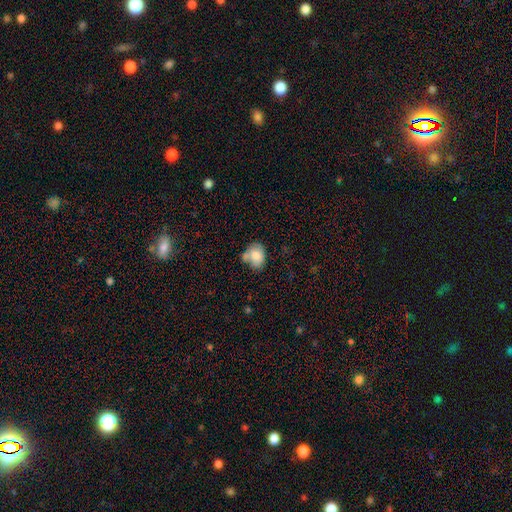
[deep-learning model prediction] Overall: smooth (78%). How rounded: in between (57%; round 42%). Merging: none (42%; minor disturbance 25%).